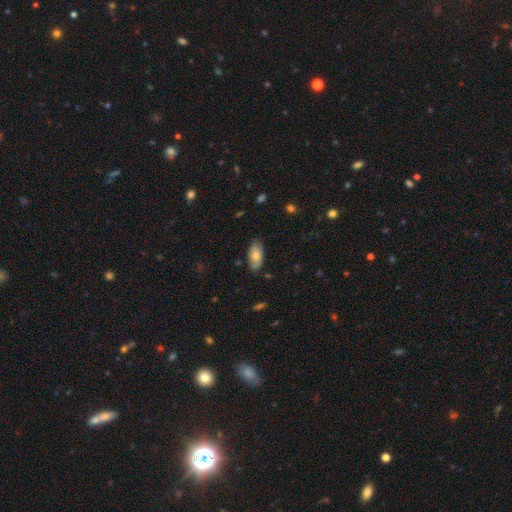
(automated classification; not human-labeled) The model was most divided on "smooth or featured": smooth: 72%, featured or disk: 21%, star or artifact: 7%. More confident: how rounded — in between (90%); merging — none (81%).